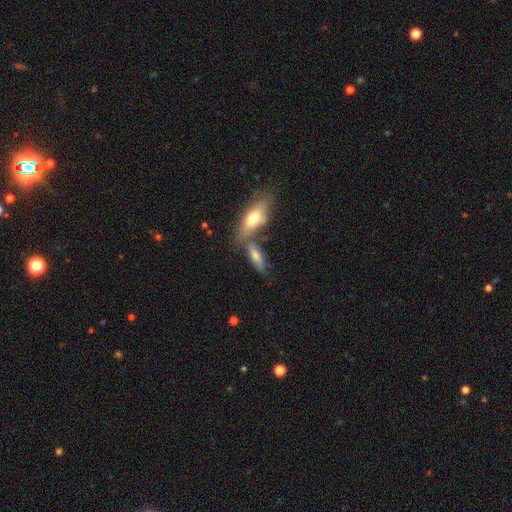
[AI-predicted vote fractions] Morphology: type=smooth (67%); roundness=in between (61%); merging=none (47%).